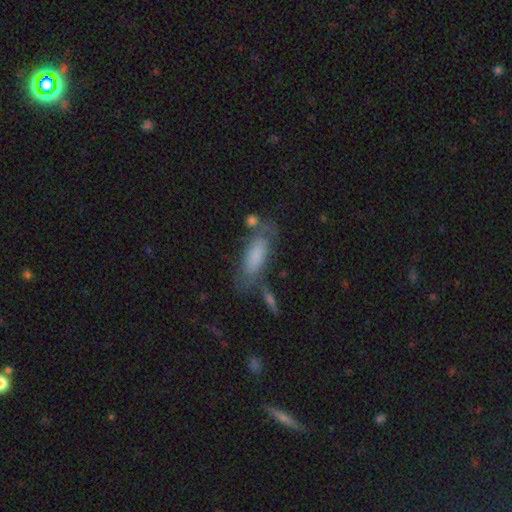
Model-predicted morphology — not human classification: The model was most divided on "merging": none: 57%, minor disturbance: 22%, merger: 11%, major disturbance: 10%. More confident: smooth or featured — smooth (75%); how rounded — in between (71%).